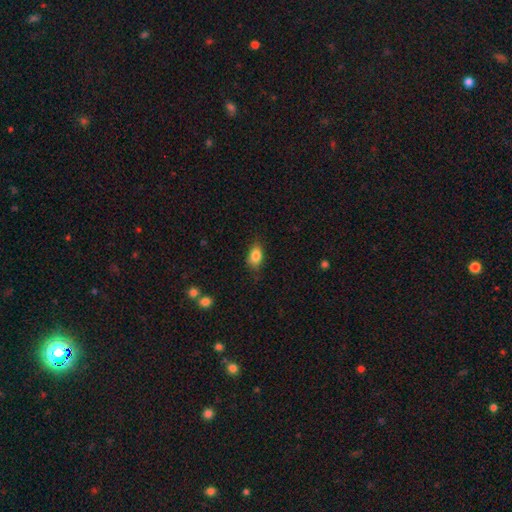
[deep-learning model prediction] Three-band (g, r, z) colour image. It shows a smooth galaxy with no disk features (83%) that is in between round and cigar-shaped (79%). Merging: none (74%).